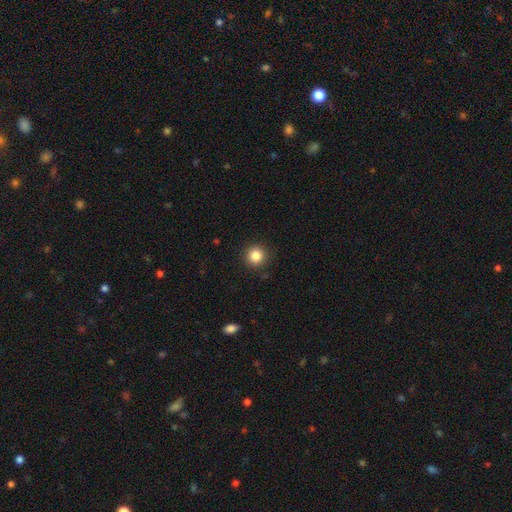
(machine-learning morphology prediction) This is clearly a smooth galaxy (85%). How rounded: clearly round (94%). Merging: clearly none (92%).